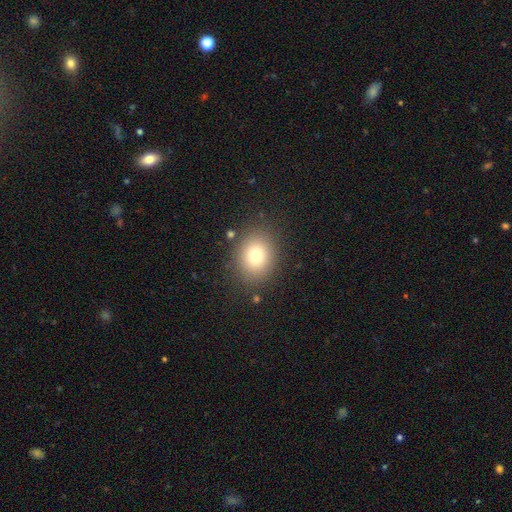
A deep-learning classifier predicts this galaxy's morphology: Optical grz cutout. It shows a smooth galaxy with no disk features (75%) that is round (66%). Merging: none (85%).